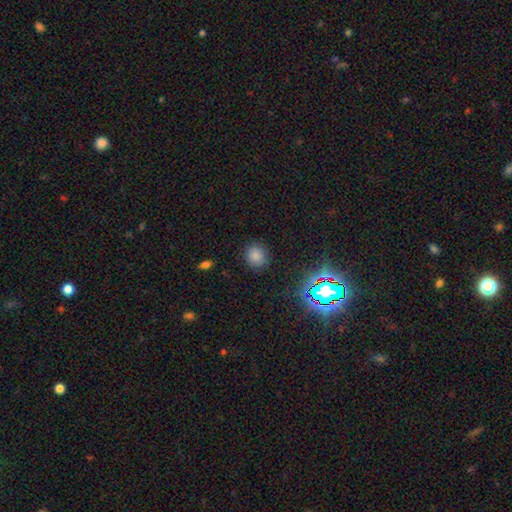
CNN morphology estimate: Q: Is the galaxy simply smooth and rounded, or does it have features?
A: smooth — 78%.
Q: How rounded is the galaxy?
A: round — 84%.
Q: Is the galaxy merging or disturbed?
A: none — 85%.